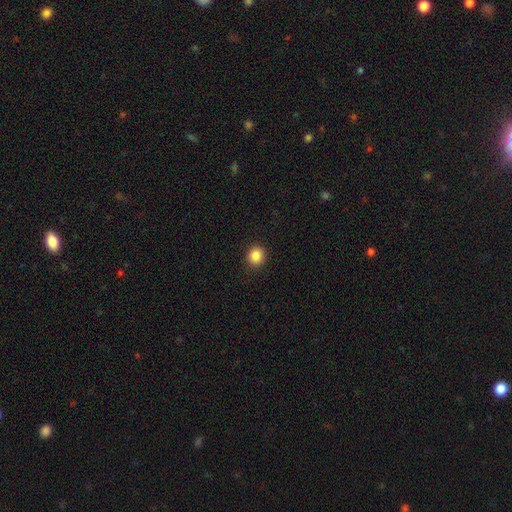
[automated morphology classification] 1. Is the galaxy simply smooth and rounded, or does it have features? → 87% smooth, 10% star or artifact, 3% featured or disk.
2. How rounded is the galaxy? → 87% round, 12% in between, 1% cigar-shaped.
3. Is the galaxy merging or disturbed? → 91% none, 6% minor disturbance, 2% major disturbance, 1% merger.